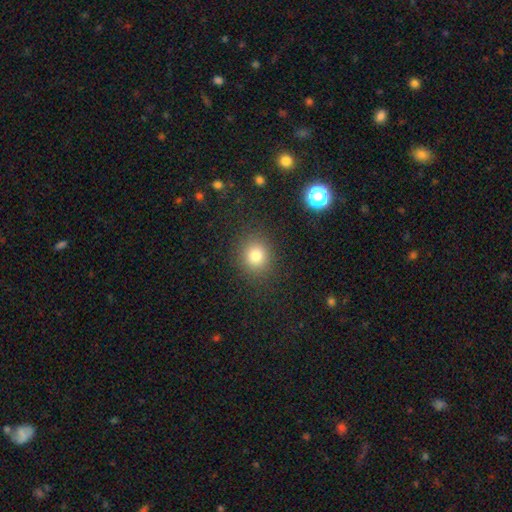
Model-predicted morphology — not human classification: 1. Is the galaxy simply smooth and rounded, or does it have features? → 79% smooth, 14% star or artifact, 7% featured or disk.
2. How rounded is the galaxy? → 79% round, 20% in between, 1% cigar-shaped.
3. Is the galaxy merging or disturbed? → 88% none, 8% minor disturbance, 3% major disturbance, 1% merger.